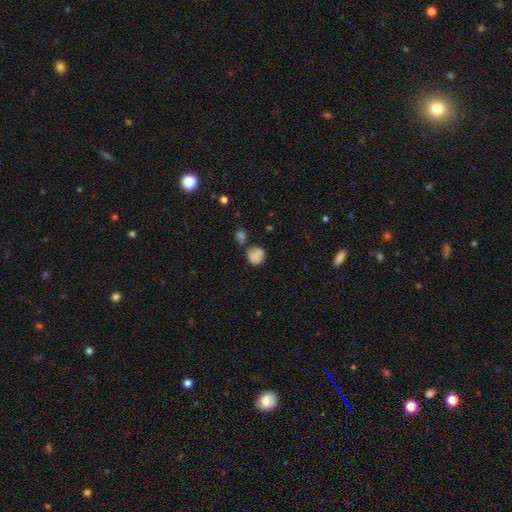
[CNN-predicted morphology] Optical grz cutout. It shows a smooth galaxy with no disk features (81%) that is round (80%). Merging: none (57%).